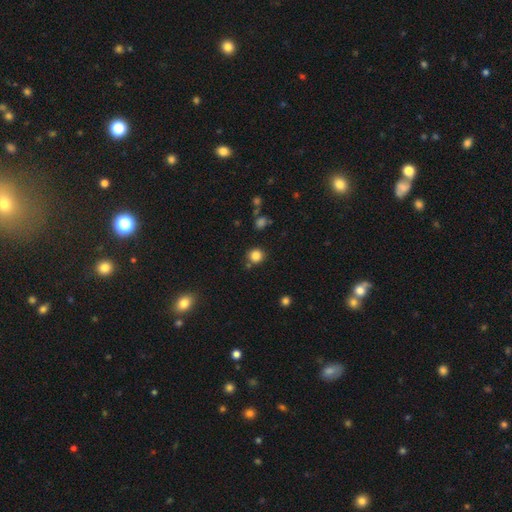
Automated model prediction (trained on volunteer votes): The model was most divided on "smooth or featured": smooth: 83%, star or artifact: 13%, featured or disk: 5%. More confident: how rounded — round (91%); merging — none (82%).